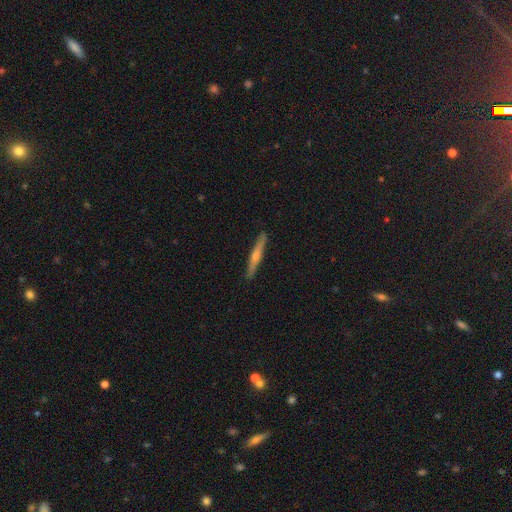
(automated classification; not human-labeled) Smooth or featured? Predicted: featured or disk (p=0.61). Edge-on disk? Predicted: yes (p=0.97). Edge-on bulge? Predicted: rounded (p=0.77). Merging? Predicted: none (p=0.90).